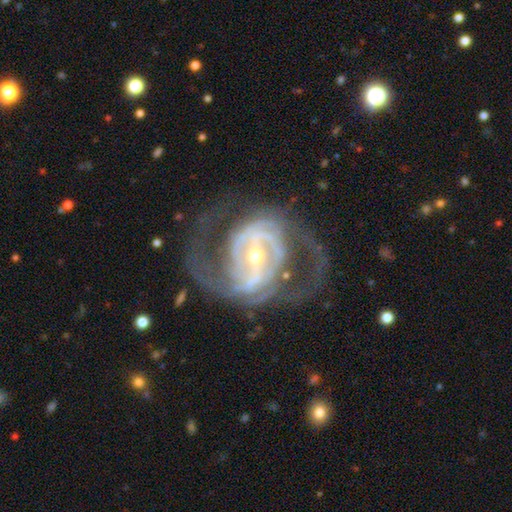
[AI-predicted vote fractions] smooth_or_featured: featured or disk (p=0.91) [alt: star or artifact p=0.05]
disk_edge_on: no (p=0.97) [alt: yes p=0.03]
bar: strong (p=0.54) [alt: weak p=0.33]
has_spiral_arms: yes (p=0.94) [alt: no p=0.06]
spiral_winding: medium (p=0.52) [alt: tight p=0.29]
spiral_arm_count: 2 (p=0.63) [alt: 3 p=0.13]
bulge_size: small (p=0.61) [alt: moderate p=0.35]
merging: none (p=0.62) [alt: major disturbance p=0.21]